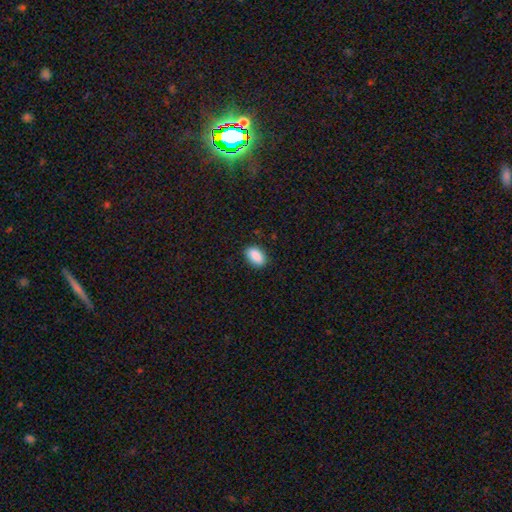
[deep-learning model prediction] This appears to be a smooth galaxy with no disk features (90%) that is in between round and cigar-shaped (92%). Merging: none (88%).